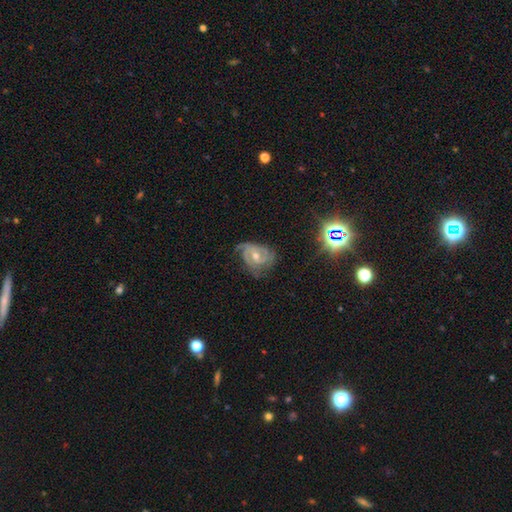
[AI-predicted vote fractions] This appears to be a featured or disk galaxy (78%) with no bar (50%), 3 (34%) tight (54%) spiral arms (95%) and a moderate central bulge (57%). Merging: none (60%).